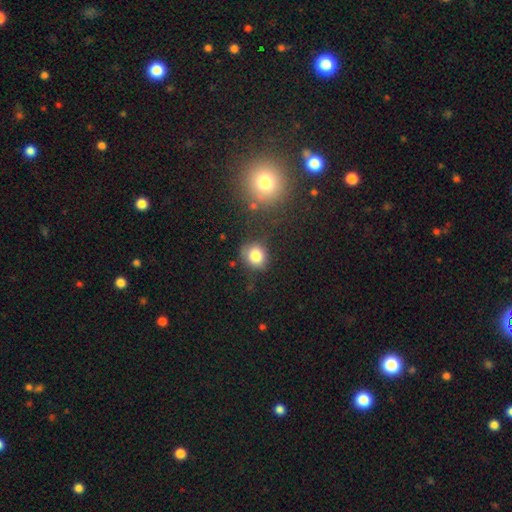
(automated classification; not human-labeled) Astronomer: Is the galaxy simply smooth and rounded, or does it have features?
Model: smooth — 81%.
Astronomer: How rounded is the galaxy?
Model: round — 76%.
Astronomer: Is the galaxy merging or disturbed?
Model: none — 72%.